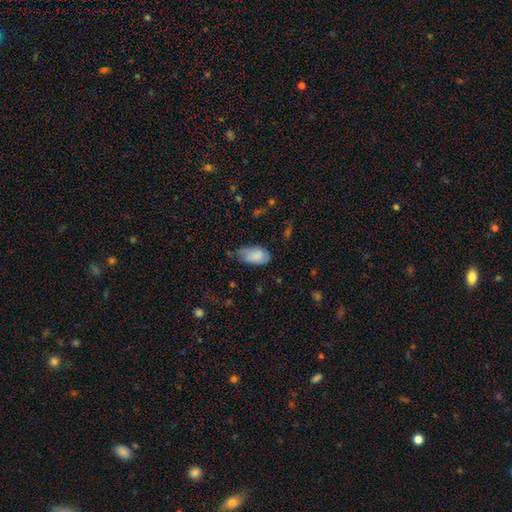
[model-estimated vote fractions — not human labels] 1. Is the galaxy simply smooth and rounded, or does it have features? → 81% smooth, 12% featured or disk, 7% star or artifact.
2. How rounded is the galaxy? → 94% in between, 4% round, 2% cigar-shaped.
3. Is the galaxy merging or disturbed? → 49% none, 39% minor disturbance, 10% major disturbance, 2% merger.